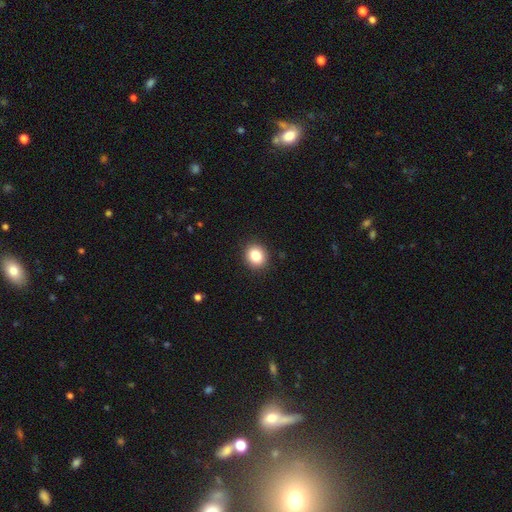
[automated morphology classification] smooth 84%, star or artifact 10%, featured or disk 6%. Down the decision tree: how rounded — round (71%); merging — none (91%).